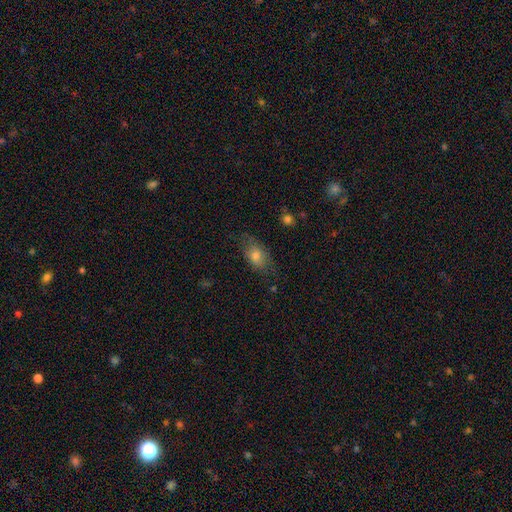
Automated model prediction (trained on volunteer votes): This appears to be a smooth galaxy with no disk features (67%) that is in between round and cigar-shaped (78%). Merging: none (66%).